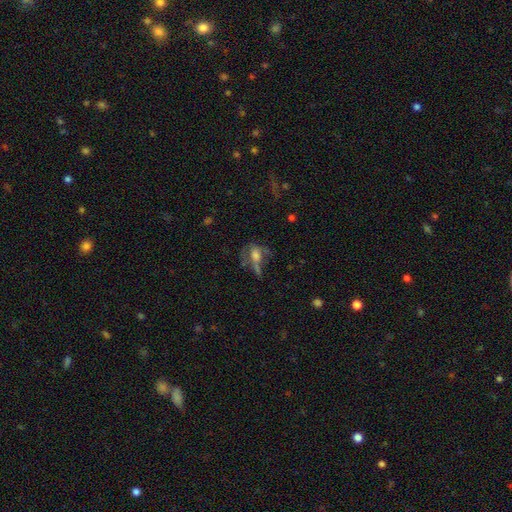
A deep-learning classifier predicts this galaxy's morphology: The model was most divided on "smooth or featured": featured or disk: 43%, smooth: 38%, star or artifact: 19%. Remaining: merging — major disturbance (40%).